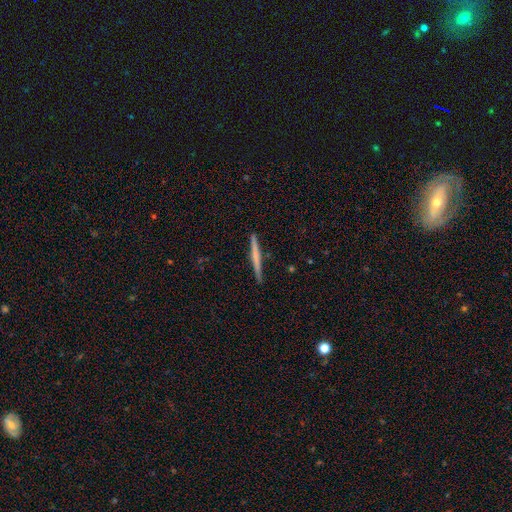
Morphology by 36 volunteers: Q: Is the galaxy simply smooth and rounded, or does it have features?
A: featured or disk — 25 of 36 (69%).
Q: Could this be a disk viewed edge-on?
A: yes — 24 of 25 (96%).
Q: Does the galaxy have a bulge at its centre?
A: none — 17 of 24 (71%).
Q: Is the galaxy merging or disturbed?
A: none — 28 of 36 (78%).